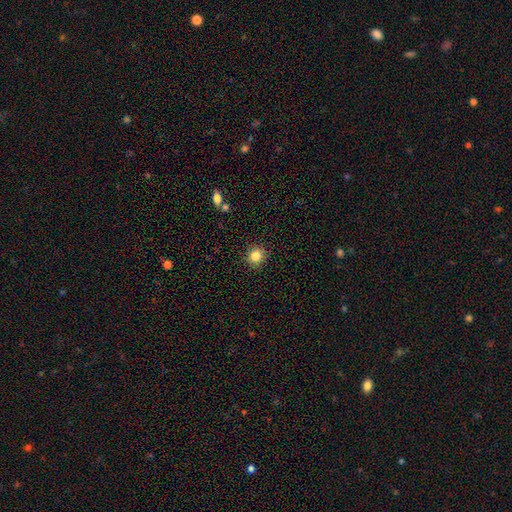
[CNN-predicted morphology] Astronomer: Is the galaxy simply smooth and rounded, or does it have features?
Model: smooth — 84%.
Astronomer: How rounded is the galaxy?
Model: round — 91%.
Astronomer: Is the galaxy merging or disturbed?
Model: none — 90%.